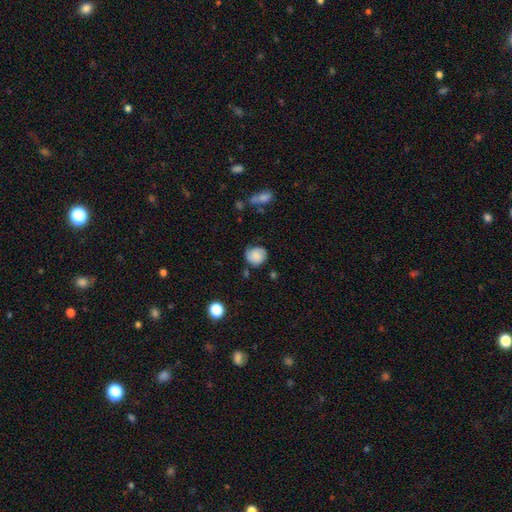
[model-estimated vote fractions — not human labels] Smooth or featured? smooth (66%)
How rounded? round (80%)
Merging? none (66%)